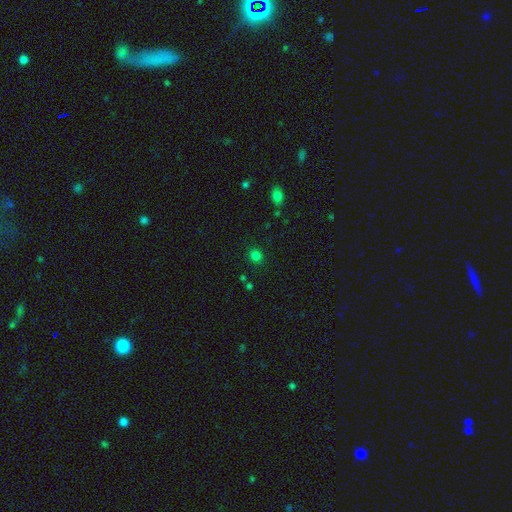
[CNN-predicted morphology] This appears to be a smooth galaxy with no disk features (78%) that is round (84%). Merging: none (87%).